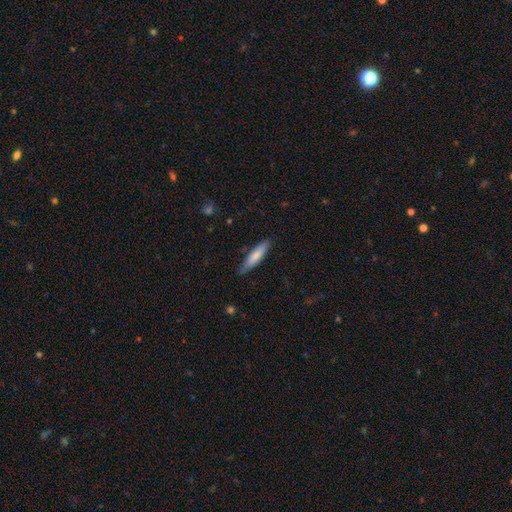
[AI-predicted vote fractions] This is likely a smooth galaxy (75%). How rounded: likely cigar-shaped (75%). Merging: clearly none (81%).